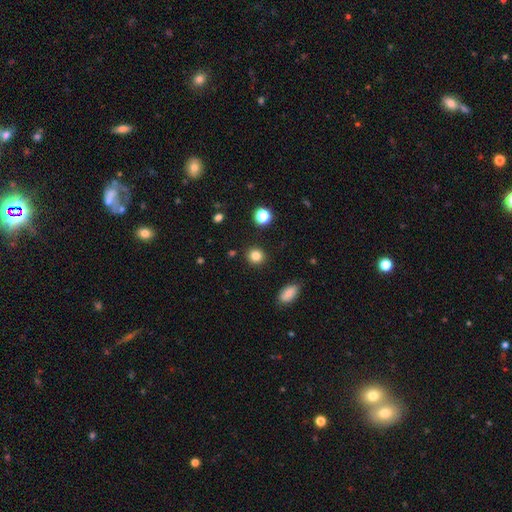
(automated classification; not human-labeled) A smooth galaxy with no disk features (83%) that is round (88%).

Vote fractions:
- Smooth or featured? smooth: 83% / star or artifact: 12% / featured or disk: 5%
- How rounded? round: 88% / in between: 11% / cigar-shaped: 1%
- Merging? none: 90% / minor disturbance: 6% / major disturbance: 2% / merger: 2%